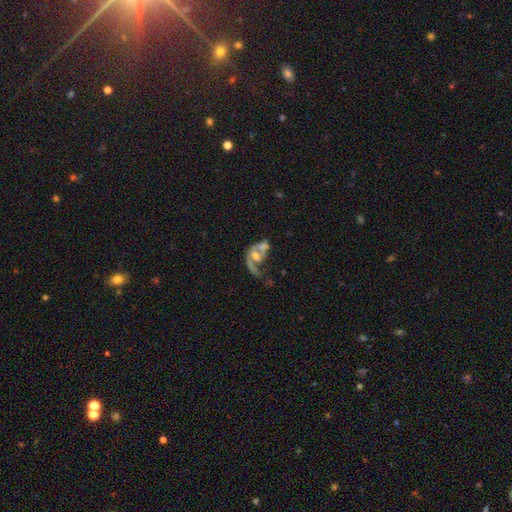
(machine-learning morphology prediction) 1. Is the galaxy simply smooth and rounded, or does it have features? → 68% featured or disk, 23% smooth, 10% star or artifact.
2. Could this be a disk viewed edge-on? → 96% no, 4% yes.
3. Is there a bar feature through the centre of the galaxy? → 60% no, 29% weak, 11% strong.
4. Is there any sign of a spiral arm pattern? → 63% yes, 37% no.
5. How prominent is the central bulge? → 46% moderate, 23% small, 15% none, 13% large, 2% dominant.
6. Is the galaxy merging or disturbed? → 35% major disturbance, 34% merger, 19% none, 12% minor disturbance.